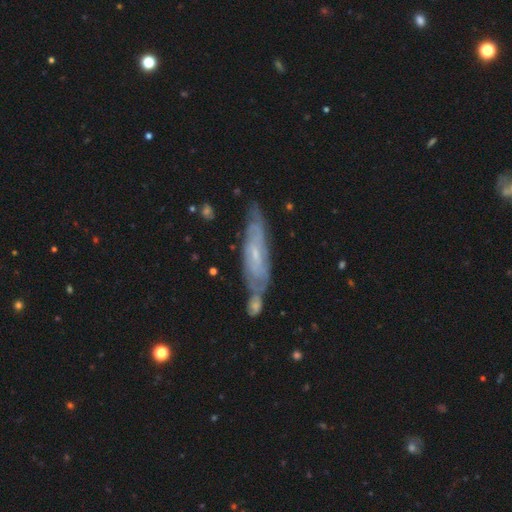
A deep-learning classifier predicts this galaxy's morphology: Q: Smooth or featured?
A: featured or disk (68%); runner-up: smooth (23%)
Q: Edge-on disk?
A: no (64%); runner-up: yes (36%)
Q: Merging?
A: none (64%); runner-up: minor disturbance (17%)